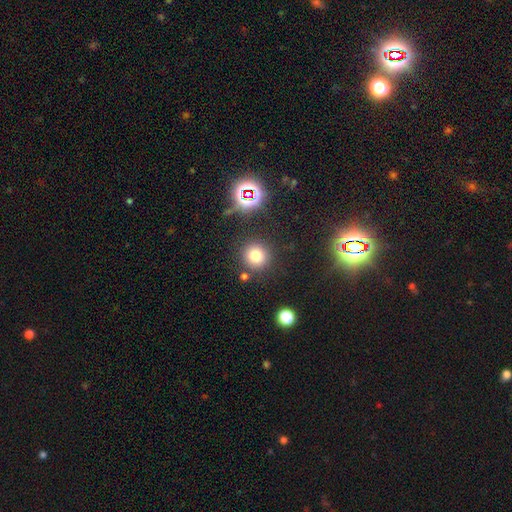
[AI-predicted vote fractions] Overall: smooth (75%). How rounded: round (92%). Merging: none (83%).